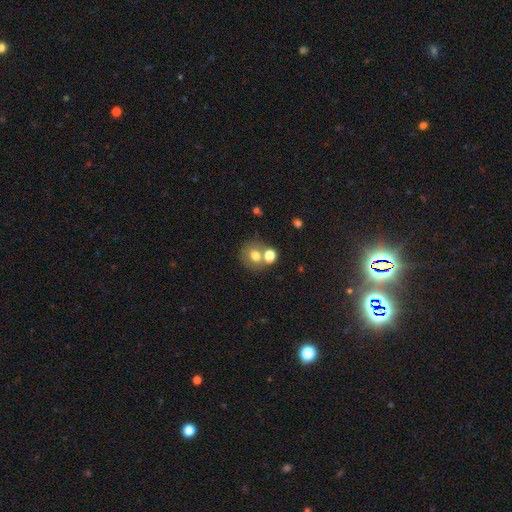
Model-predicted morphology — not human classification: This appears to be a smooth galaxy with no disk features (72%) that is round (76%). Merging: none (51%).